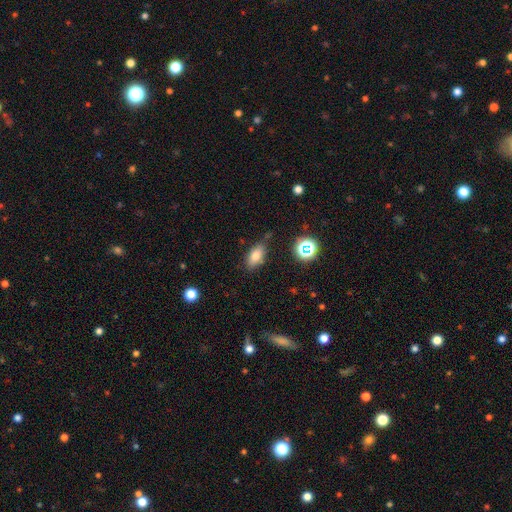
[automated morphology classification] Overall: smooth (76%). How rounded: in between (85%). Merging: none (75%).